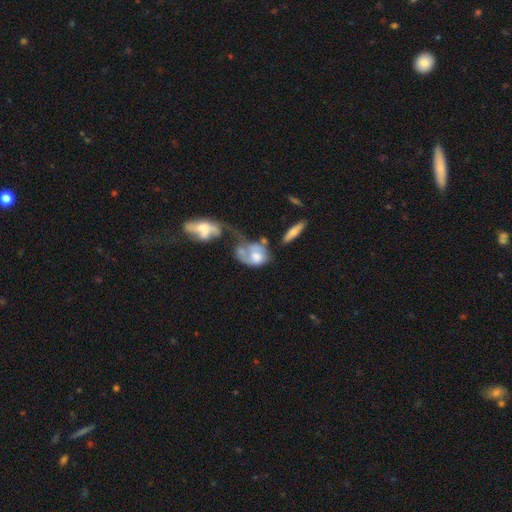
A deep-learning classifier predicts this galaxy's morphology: Smooth or featured?
  - featured or disk: 49% *
  - smooth: 43%
  - star or artifact: 8%
Merging?
  - merger: 55% *
  - major disturbance: 25%
  - none: 11%
  - minor disturbance: 9%